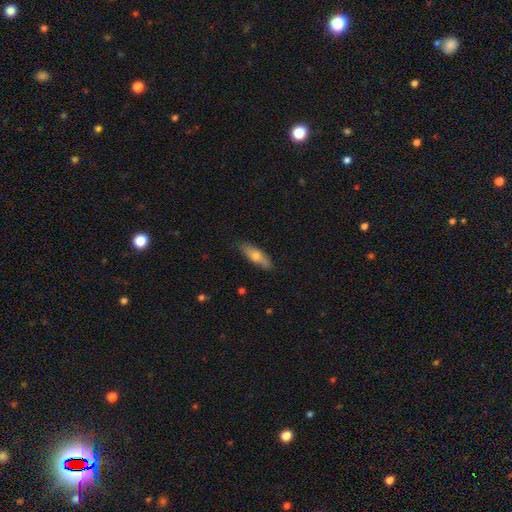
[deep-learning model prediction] The model was most divided on "how rounded": in between: 54%, cigar-shaped: 43%, round: 2%. More confident: merging — none (82%); smooth or featured — smooth (70%).